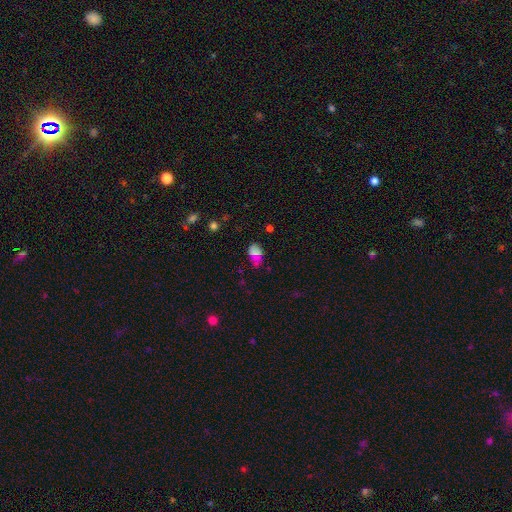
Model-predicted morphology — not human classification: type=smooth (62%); roundness=in between (83%); merging=none (61%).